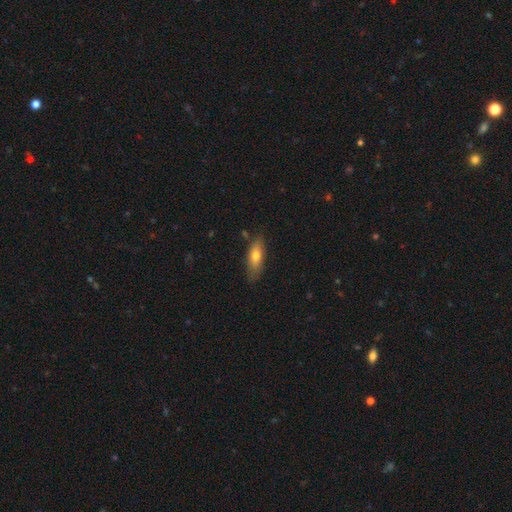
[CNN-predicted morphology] This appears to be a smooth galaxy with no disk features (71%) that is in between round and cigar-shaped (68%). Merging: none (78%).